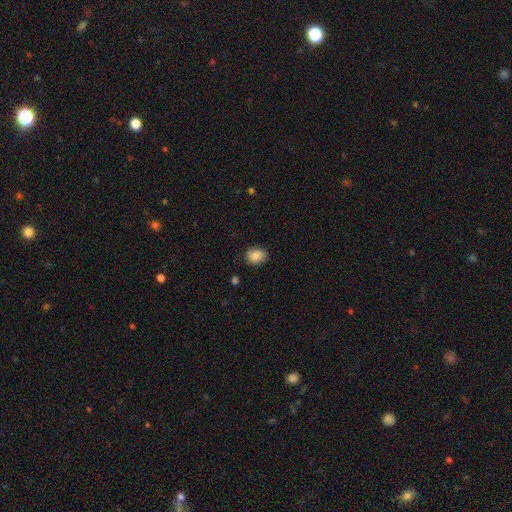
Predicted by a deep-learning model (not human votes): The model was most divided on "how rounded": round: 51%, in between: 48%, cigar-shaped: 1%. More confident: smooth or featured — smooth (81%); merging — none (78%).